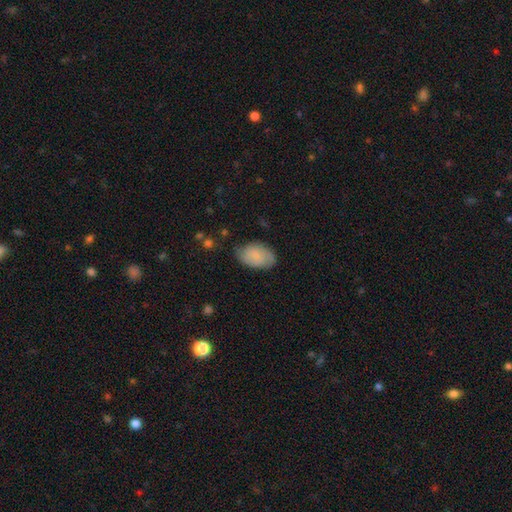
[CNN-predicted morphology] smooth-or-featured: smooth: 75% | featured or disk: 19% | star or artifact: 7%
  how-rounded: in between: 89% | round: 9% | cigar-shaped: 1%
  merging: none: 69% | minor disturbance: 24% | major disturbance: 5% | merger: 2%